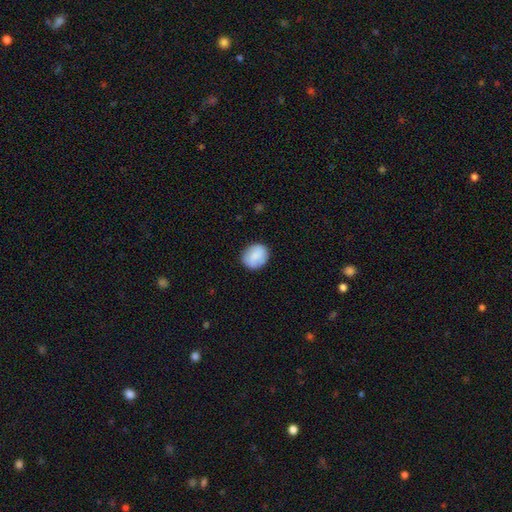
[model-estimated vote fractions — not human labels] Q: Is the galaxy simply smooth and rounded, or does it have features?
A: smooth — 83%.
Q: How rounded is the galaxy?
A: round — 68%.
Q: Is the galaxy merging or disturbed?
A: none — 86%.